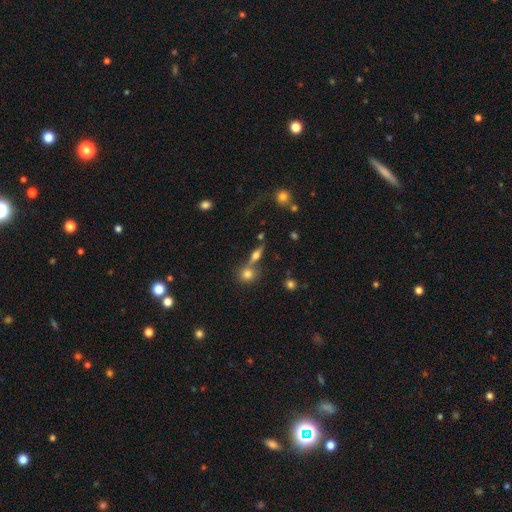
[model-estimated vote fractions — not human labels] Smooth or featured: featured or disk — 45% (smooth — 42%)
Merging: none — 60% (merger — 24%)